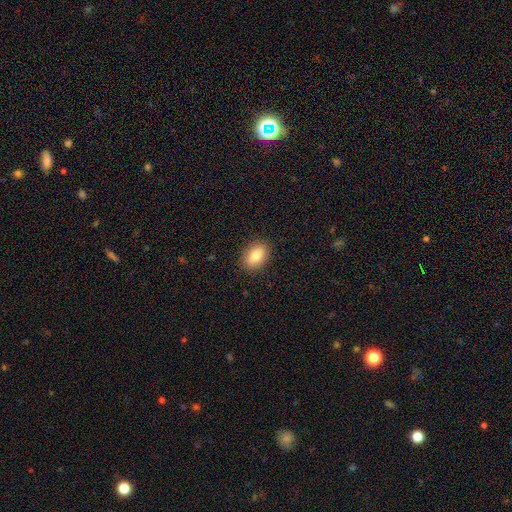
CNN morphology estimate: Smooth or featured: smooth — 82% (featured or disk — 10%)
How rounded: in between — 81% (round — 17%)
Merging: none — 88% (minor disturbance — 8%)